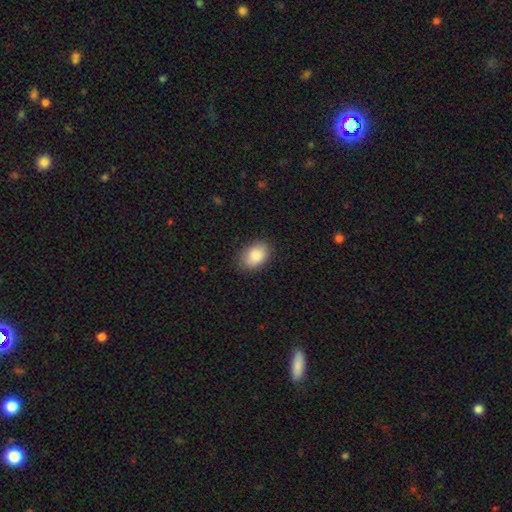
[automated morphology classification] Smooth or featured? Predicted: smooth (p=0.89). How rounded? Predicted: in between (p=0.84). Merging? Predicted: none (p=0.85).